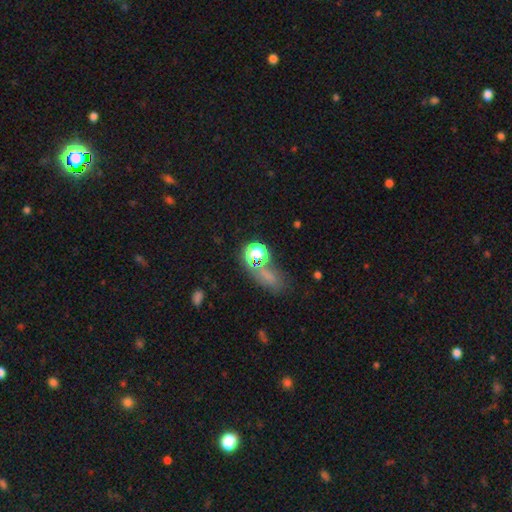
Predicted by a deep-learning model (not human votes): smooth-or-featured: star or artifact: 45% | smooth: 42% | featured or disk: 13%